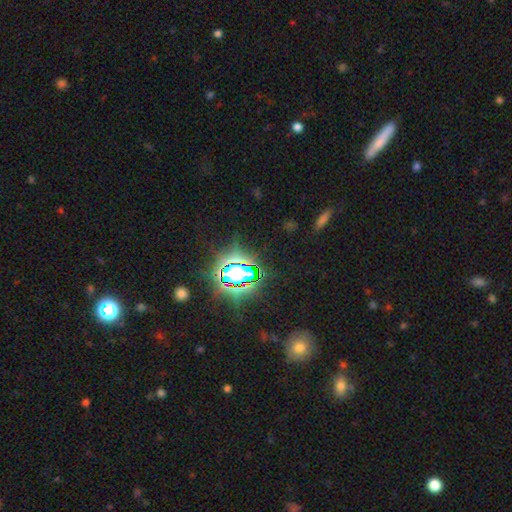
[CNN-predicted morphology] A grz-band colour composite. It shows a star or artifact, not a galaxy (77%).